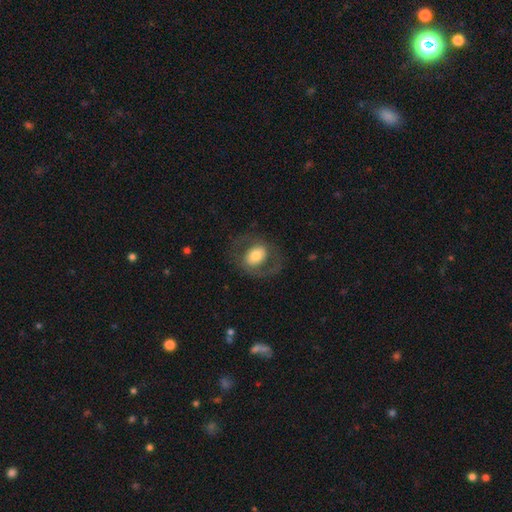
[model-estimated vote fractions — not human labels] This appears to be a smooth galaxy with no disk features (47%). Merging: none (69%).